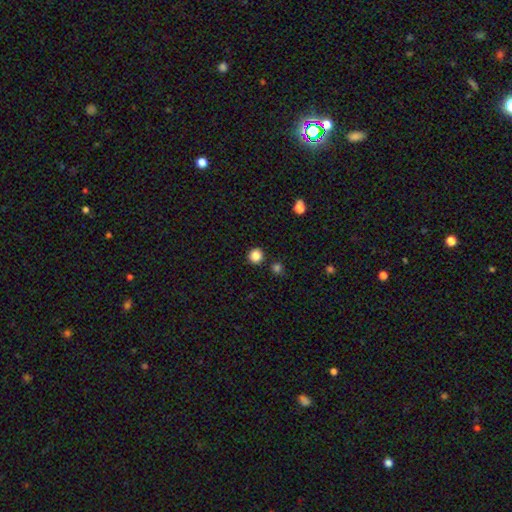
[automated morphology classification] smooth_or_featured: smooth (p=0.86) [alt: star or artifact p=0.11]
how_rounded: round (p=0.95) [alt: in between p=0.04]
merging: none (p=0.90) [alt: minor disturbance p=0.05]